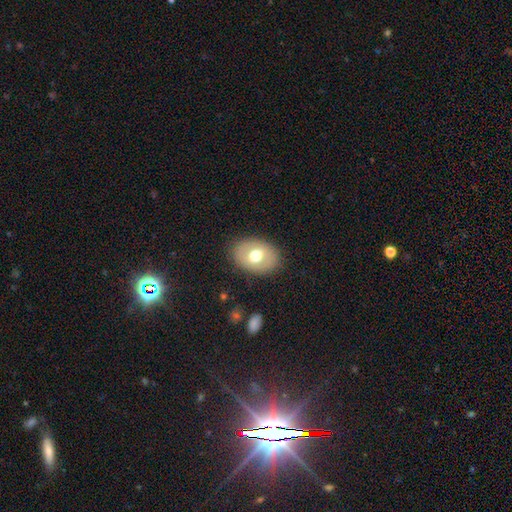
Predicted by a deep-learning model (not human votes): Overall: smooth (63%; featured or disk 30%). How rounded: in between (74%). Merging: none (84%).